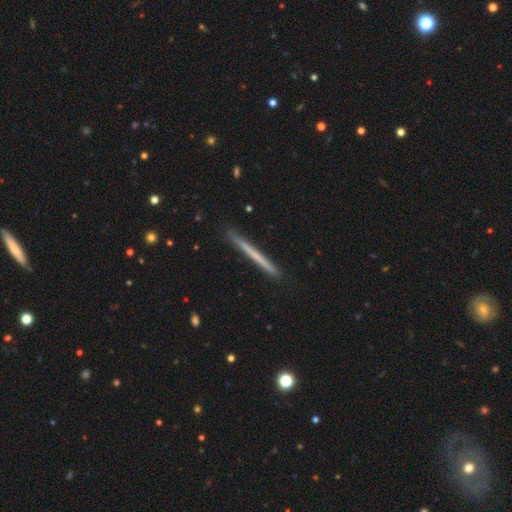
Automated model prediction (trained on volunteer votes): Smooth or featured: smooth — 54% (featured or disk — 41%)
How rounded: cigar-shaped — 97% (in between — 1%)
Merging: none — 90% (minor disturbance — 7%)